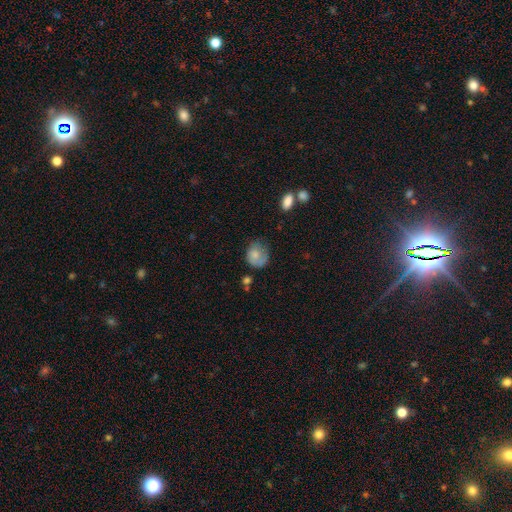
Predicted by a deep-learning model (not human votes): smooth_or_featured: smooth (p=0.67) [alt: featured or disk p=0.25]
how_rounded: round (p=0.65) [alt: in between p=0.34]
merging: none (p=0.48) [alt: minor disturbance p=0.29]